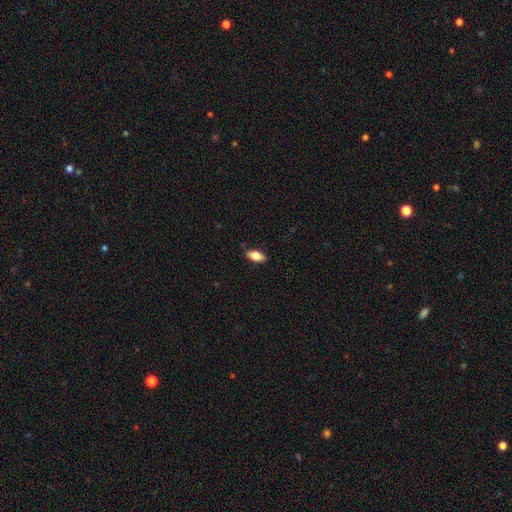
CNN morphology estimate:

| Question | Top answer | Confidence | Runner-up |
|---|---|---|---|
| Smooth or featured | smooth | 78% | featured or disk (15%) |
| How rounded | in between | 87% | cigar-shaped (10%) |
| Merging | none | 86% | minor disturbance (11%) |